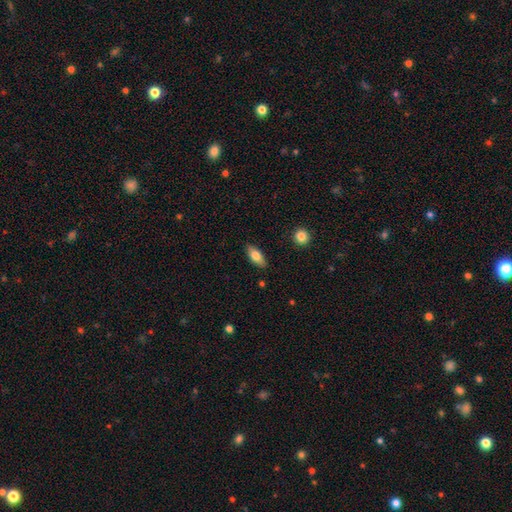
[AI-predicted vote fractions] Smooth or featured?
  - smooth: 77% *
  - featured or disk: 17%
  - star or artifact: 6%
How rounded?
  - in between: 83% *
  - cigar-shaped: 14%
  - round: 3%
Merging?
  - none: 87% *
  - minor disturbance: 9%
  - major disturbance: 2%
  - merger: 1%